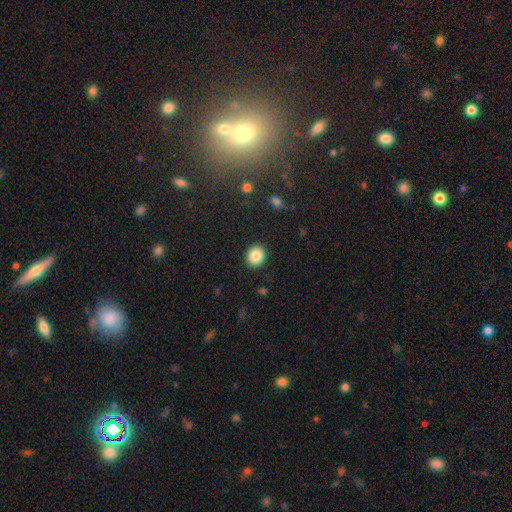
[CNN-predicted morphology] smooth-or-featured: smooth: 87% | star or artifact: 9% | featured or disk: 5%
  how-rounded: round: 70% | in between: 29% | cigar-shaped: 1%
  merging: none: 91% | minor disturbance: 6% | major disturbance: 2% | merger: 1%